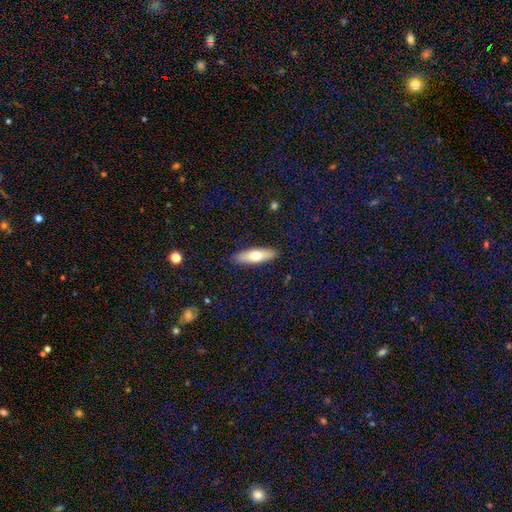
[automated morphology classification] A smooth galaxy with no disk features (63%) that is cigar-shaped (55%). Merging: none (89%).